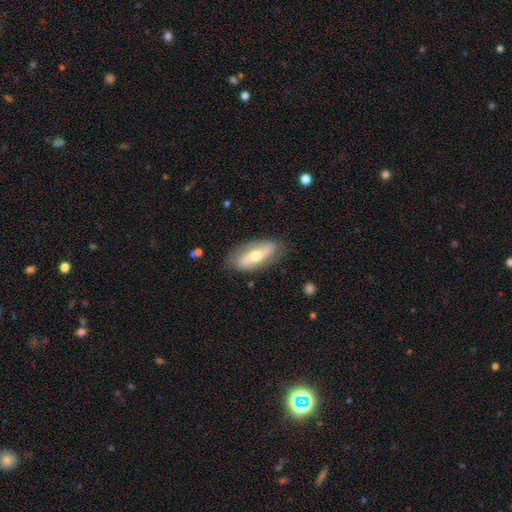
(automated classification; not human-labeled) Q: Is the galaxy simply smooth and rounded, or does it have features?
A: featured or disk — 64%.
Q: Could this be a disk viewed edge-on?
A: no — 84%.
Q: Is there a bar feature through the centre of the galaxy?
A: strong — 35%.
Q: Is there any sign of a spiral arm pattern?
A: yes — 75%.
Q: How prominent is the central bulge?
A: moderate — 68%.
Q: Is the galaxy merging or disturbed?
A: none — 80%.